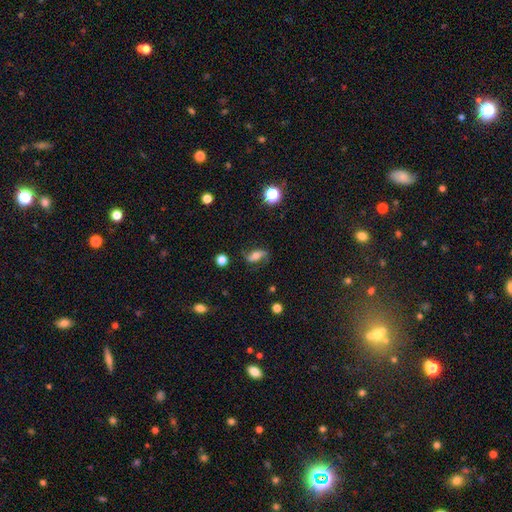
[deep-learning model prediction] This appears to be a featured or disk galaxy (58%) with no bar (46%), spiral arms (88%) and a moderate central bulge (52%). Merging: none (70%).